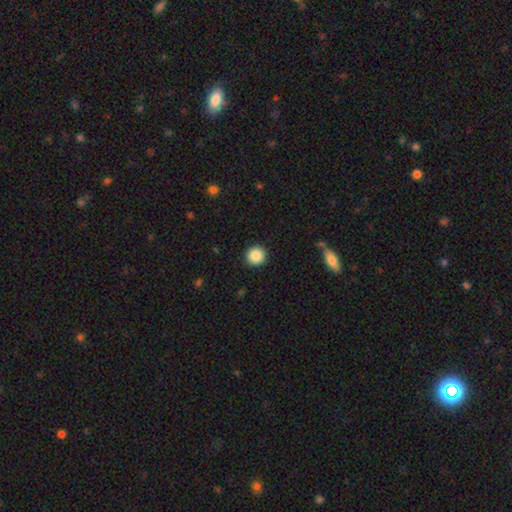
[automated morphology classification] type=smooth (87%); roundness=round (95%); merging=none (92%).